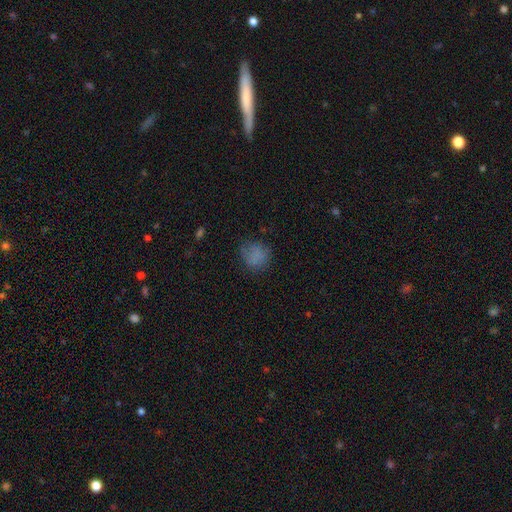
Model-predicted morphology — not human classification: Overall: smooth (77%). How rounded: round (77%). Merging: none (64%).